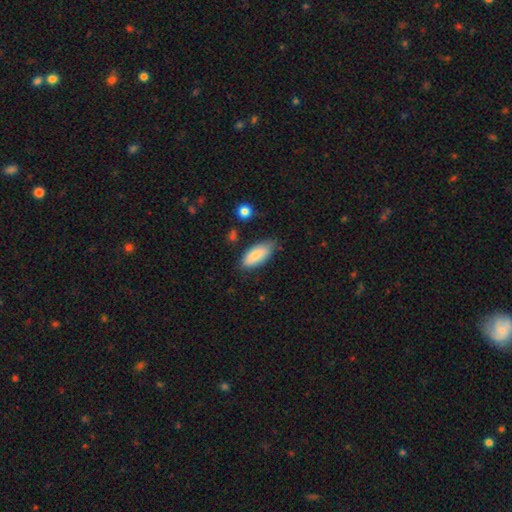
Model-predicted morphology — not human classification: Smooth or featured: smooth — 83% (featured or disk — 11%)
How rounded: in between — 84% (cigar-shaped — 14%)
Merging: none — 72% (minor disturbance — 21%)